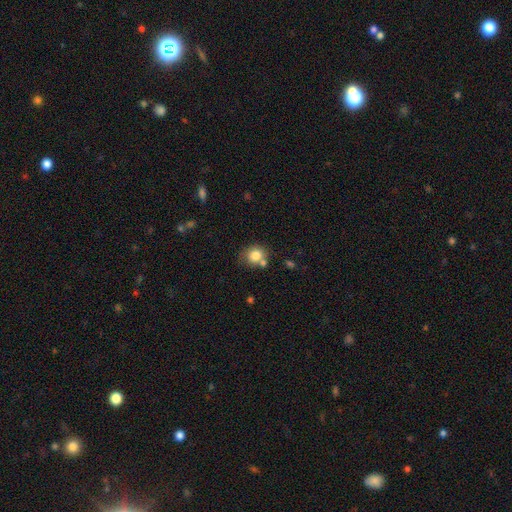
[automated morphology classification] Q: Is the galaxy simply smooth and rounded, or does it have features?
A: smooth — 81%.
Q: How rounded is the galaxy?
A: round — 73%.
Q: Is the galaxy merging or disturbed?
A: none — 58%.